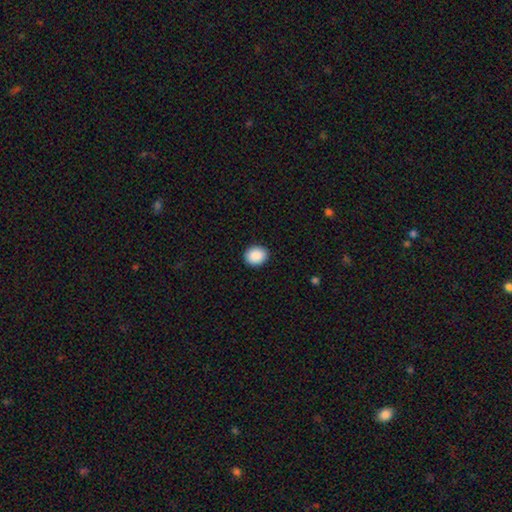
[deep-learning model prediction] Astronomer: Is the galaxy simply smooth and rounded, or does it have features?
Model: smooth — 90%.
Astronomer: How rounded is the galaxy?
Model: round — 65%.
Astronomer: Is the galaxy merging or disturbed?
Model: none — 91%.